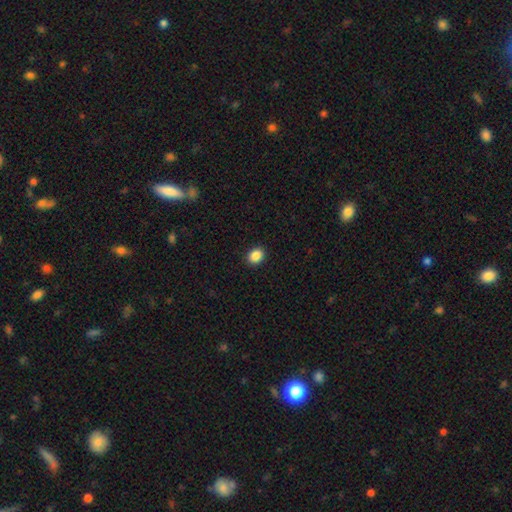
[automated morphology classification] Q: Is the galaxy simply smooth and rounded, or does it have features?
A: smooth — 88%.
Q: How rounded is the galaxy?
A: in between — 53%.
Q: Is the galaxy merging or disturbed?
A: none — 91%.